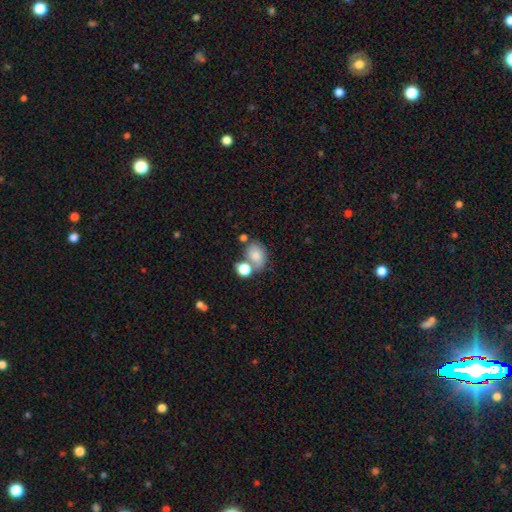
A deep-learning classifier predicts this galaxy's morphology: Q: Smooth or featured?
A: smooth (78%); runner-up: featured or disk (11%)
Q: How rounded?
A: in between (67%); runner-up: round (32%)
Q: Merging?
A: none (43%); runner-up: merger (33%)